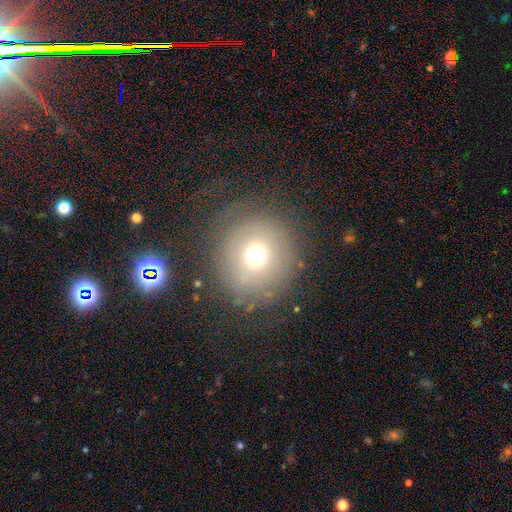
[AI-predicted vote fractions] A smooth galaxy with no disk features (66%) that is round (93%).

Vote fractions:
- Smooth or featured? smooth: 66% / star or artifact: 19% / featured or disk: 15%
- How rounded? round: 93% / in between: 6% / cigar-shaped: 1%
- Merging? none: 79% / minor disturbance: 11% / major disturbance: 8% / merger: 2%